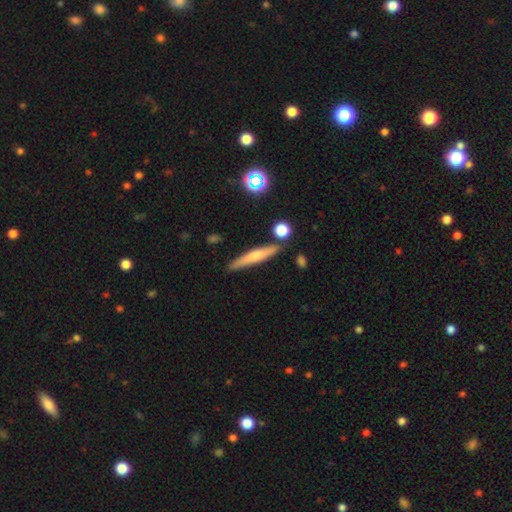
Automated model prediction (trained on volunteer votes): Q: Smooth or featured?
A: smooth (54%); runner-up: featured or disk (38%)
Q: How rounded?
A: cigar-shaped (91%); runner-up: in between (7%)
Q: Merging?
A: none (82%); runner-up: minor disturbance (10%)